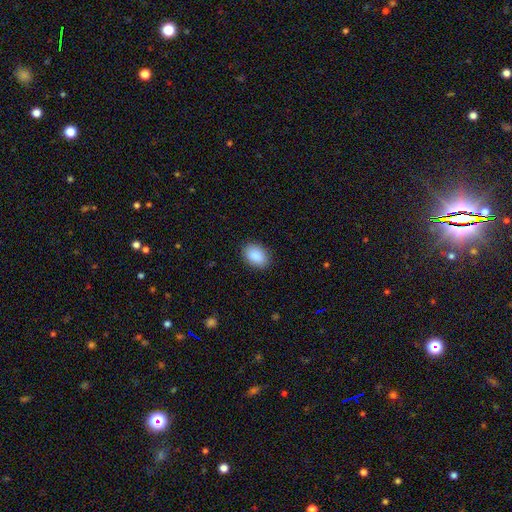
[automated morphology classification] Smooth or featured? smooth (90%)
How rounded? in between (85%)
Merging? none (88%)